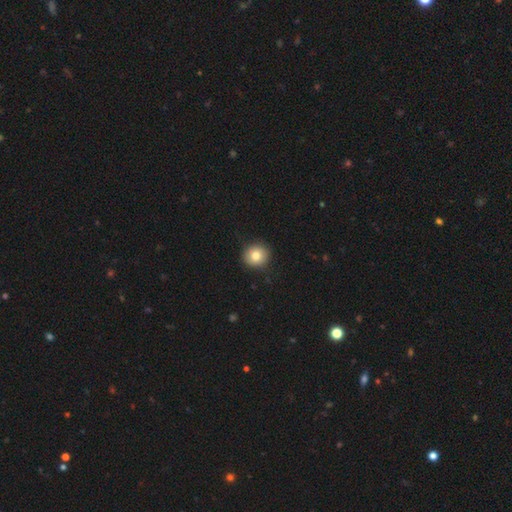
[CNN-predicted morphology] smooth_or_featured: smooth (p=0.82) [alt: star or artifact p=0.09]
how_rounded: round (p=0.91) [alt: in between p=0.08]
merging: none (p=0.90) [alt: minor disturbance p=0.07]